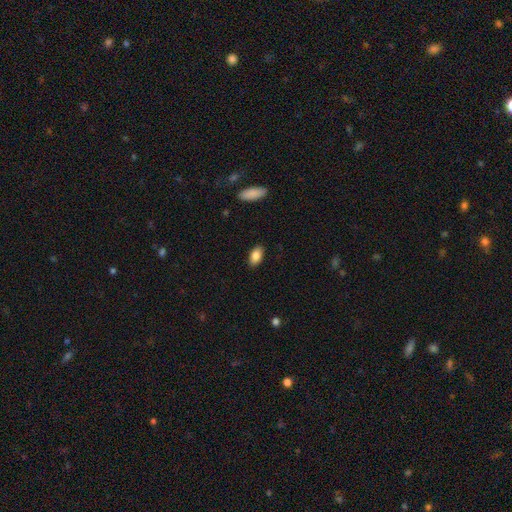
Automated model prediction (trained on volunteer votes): A smooth galaxy with no disk features (87%) that is in between round and cigar-shaped (93%). Merging: none (88%).